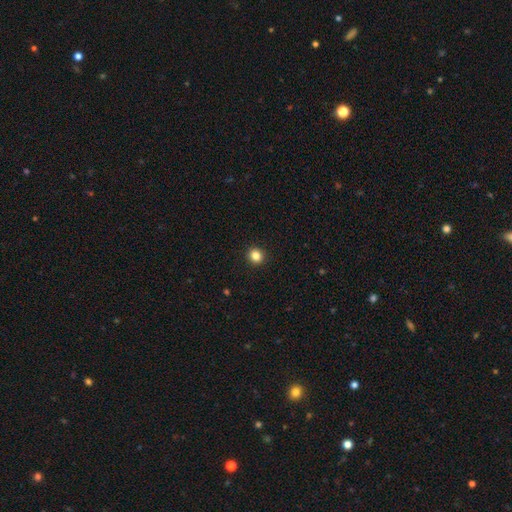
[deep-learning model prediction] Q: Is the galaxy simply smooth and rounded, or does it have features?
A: smooth — 84%.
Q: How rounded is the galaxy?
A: round — 89%.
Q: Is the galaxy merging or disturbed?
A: none — 93%.